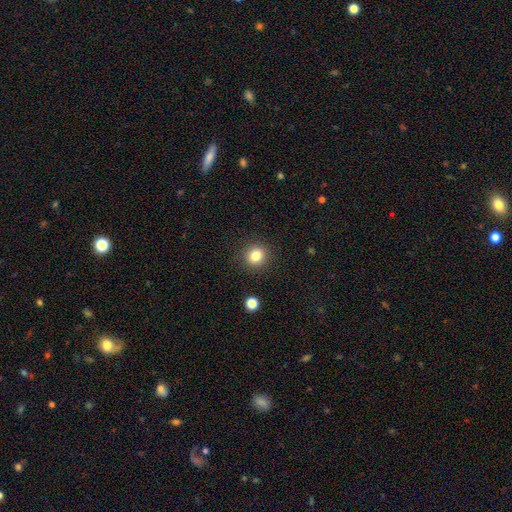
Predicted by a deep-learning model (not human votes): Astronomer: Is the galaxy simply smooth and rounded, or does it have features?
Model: smooth — 82%.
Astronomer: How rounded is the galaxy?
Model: round — 86%.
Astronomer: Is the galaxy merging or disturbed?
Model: none — 90%.